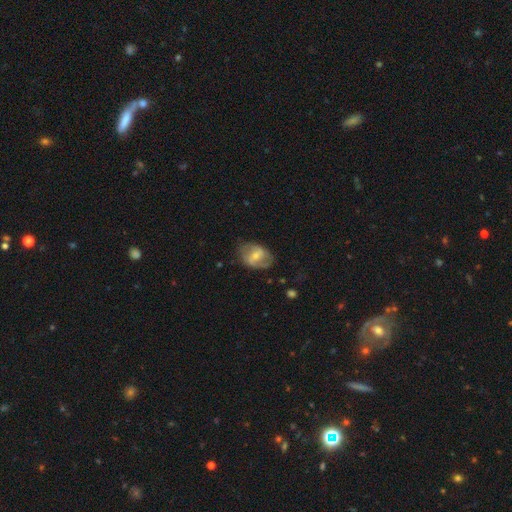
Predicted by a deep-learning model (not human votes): A featured or disk galaxy (65%) with a weak bar (45%), spiral arms (77%) and a small central bulge (54%).

Vote fractions:
- Smooth or featured? featured or disk: 65% / smooth: 28% / star or artifact: 7%
- Edge-on disk? no: 96% / yes: 4%
- Bar? weak: 45% / strong: 31% / no: 23%
- Spiral arms? yes: 77% / no: 23%
- Bulge size? small: 54% / moderate: 40% / none: 3% / large: 2% / dominant: 1%
- Merging? none: 68% / minor disturbance: 21% / major disturbance: 9% / merger: 2%